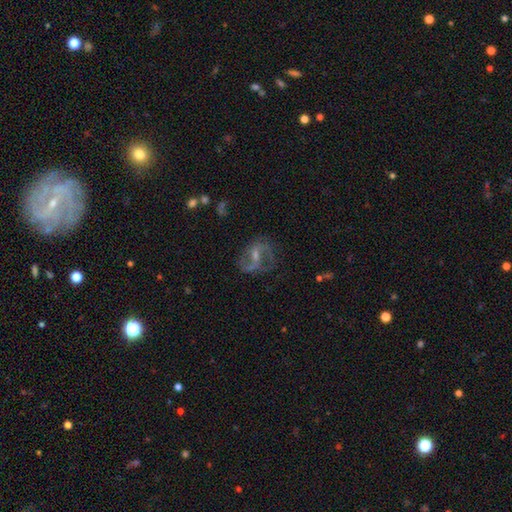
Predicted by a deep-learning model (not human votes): smooth_or_featured: featured or disk (p=0.80) [alt: smooth p=0.12]
disk_edge_on: no (p=0.97) [alt: yes p=0.03]
bar: weak (p=0.48) [alt: strong p=0.30]
has_spiral_arms: yes (p=0.90) [alt: no p=0.10]
spiral_winding: medium (p=0.44) [alt: loose p=0.43]
spiral_arm_count: 2 (p=0.82) [alt: can't tell p=0.07]
bulge_size: small (p=0.51) [alt: moderate p=0.37]
merging: none (p=0.65) [alt: minor disturbance p=0.18]